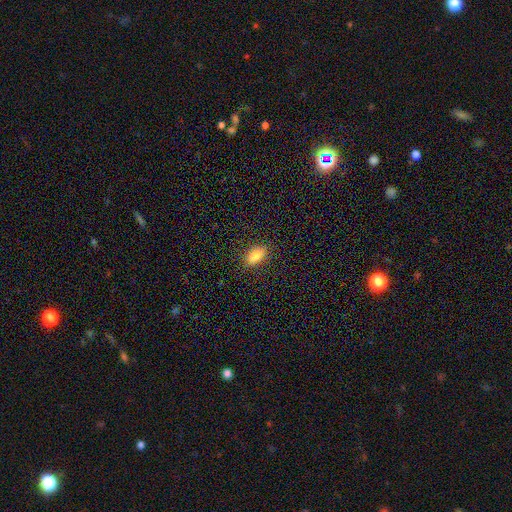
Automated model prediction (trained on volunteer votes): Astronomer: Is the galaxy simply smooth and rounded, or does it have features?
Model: smooth — 81%.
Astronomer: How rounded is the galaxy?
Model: in between — 87%.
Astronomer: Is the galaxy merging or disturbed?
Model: none — 85%.